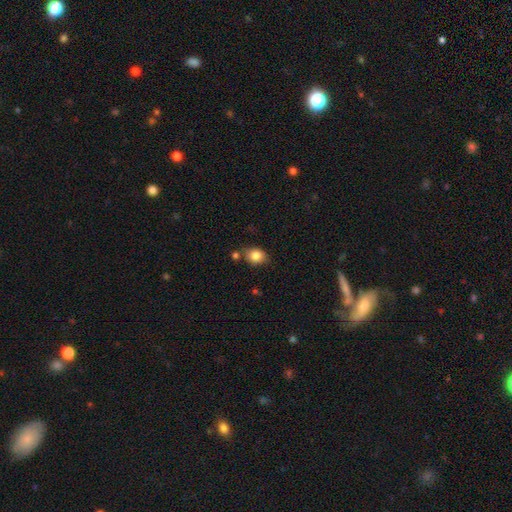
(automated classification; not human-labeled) Morphology: type=smooth (85%); roundness=round (50%); merging=none (70%).